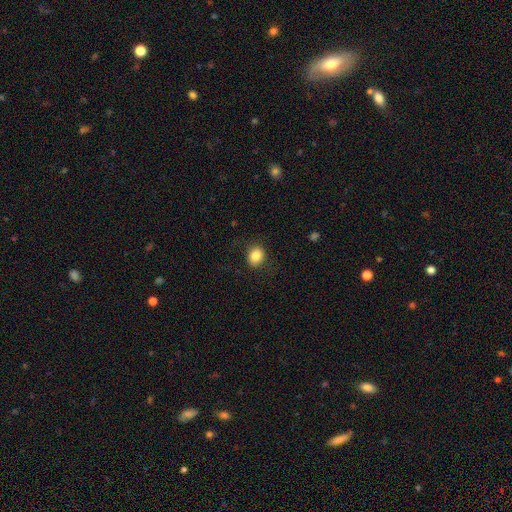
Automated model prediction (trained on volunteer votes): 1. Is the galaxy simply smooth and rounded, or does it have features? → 85% smooth, 9% star or artifact, 5% featured or disk.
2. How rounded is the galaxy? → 62% round, 37% in between, 1% cigar-shaped.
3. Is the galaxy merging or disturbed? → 84% none, 11% minor disturbance, 4% major disturbance, 1% merger.